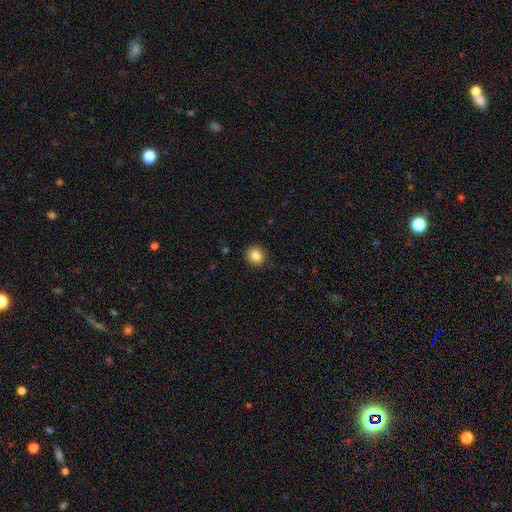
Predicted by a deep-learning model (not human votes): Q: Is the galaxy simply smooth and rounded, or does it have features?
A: smooth — 85%.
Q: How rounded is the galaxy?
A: round — 80%.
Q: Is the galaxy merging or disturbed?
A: none — 90%.